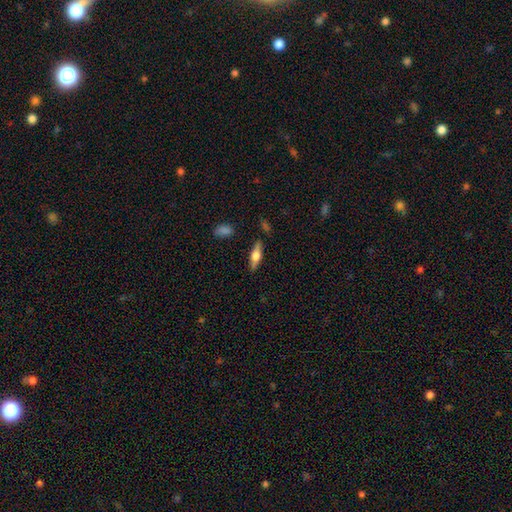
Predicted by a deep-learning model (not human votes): This appears to be a featured or disk galaxy (50%) viewed edge-on (94%). Merging: none (85%).